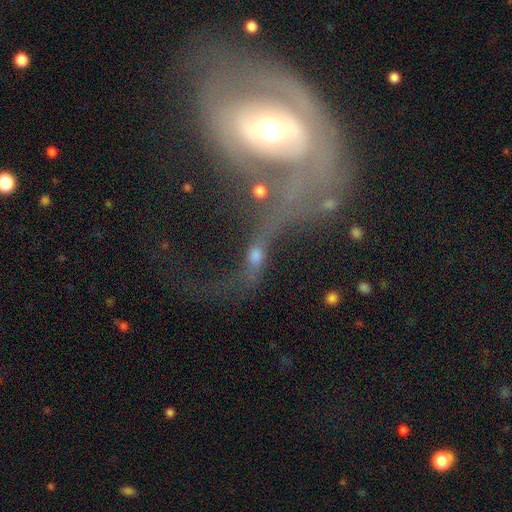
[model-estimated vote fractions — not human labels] Q: Smooth or featured?
A: featured or disk (69%); runner-up: smooth (21%)
Q: Edge-on disk?
A: no (92%); runner-up: yes (8%)
Q: Bar?
A: no (55%); runner-up: weak (27%)
Q: Spiral arms?
A: yes (59%); runner-up: no (41%)
Q: Bulge size?
A: moderate (64%); runner-up: small (21%)
Q: Merging?
A: major disturbance (44%); runner-up: merger (29%)